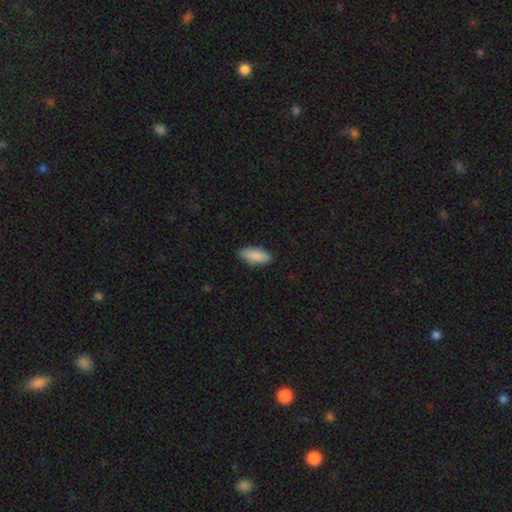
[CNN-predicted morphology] The model was most divided on "how rounded": in between: 76%, cigar-shaped: 22%, round: 2%. More confident: smooth or featured — smooth (89%); merging — none (86%).